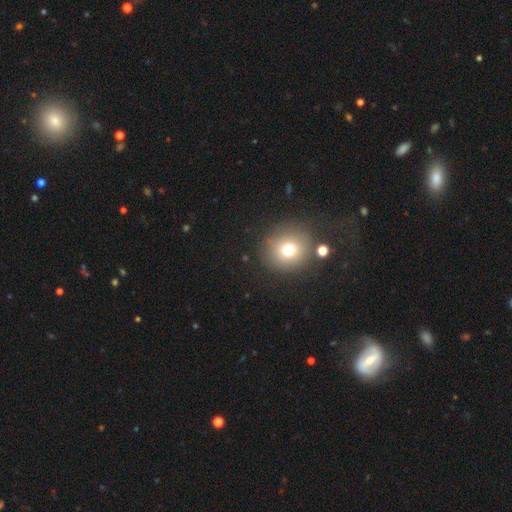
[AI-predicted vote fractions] A smooth galaxy with no disk features (54%) that is round (86%).

Vote fractions:
- Smooth or featured? smooth: 54% / star or artifact: 32% / featured or disk: 14%
- How rounded? round: 86% / in between: 12% / cigar-shaped: 1%
- Merging? none: 78% / minor disturbance: 11% / major disturbance: 6% / merger: 5%